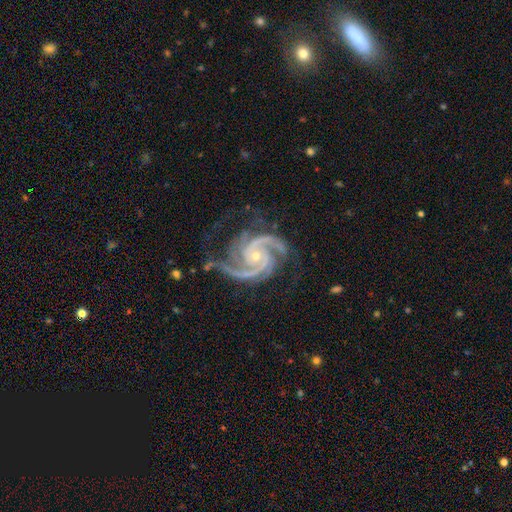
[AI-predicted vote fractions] Smooth or featured? featured or disk (94%)
Edge-on disk? no (98%)
Bar? no (70%)
Spiral arms? yes (99%)
Spiral winding? tight (48%)
Spiral arm count? 3 (52%)
Bulge size? small (72%)
Merging? none (70%)